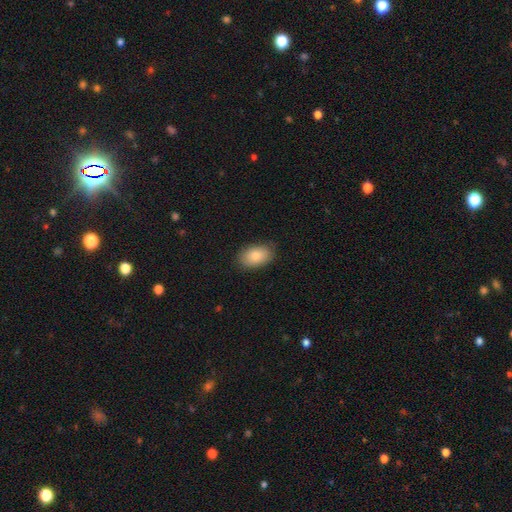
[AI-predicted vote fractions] Smooth or featured?
  - smooth: 82% *
  - featured or disk: 11%
  - star or artifact: 7%
How rounded?
  - in between: 89% *
  - round: 9%
  - cigar-shaped: 1%
Merging?
  - none: 84% *
  - minor disturbance: 12%
  - major disturbance: 2%
  - merger: 1%